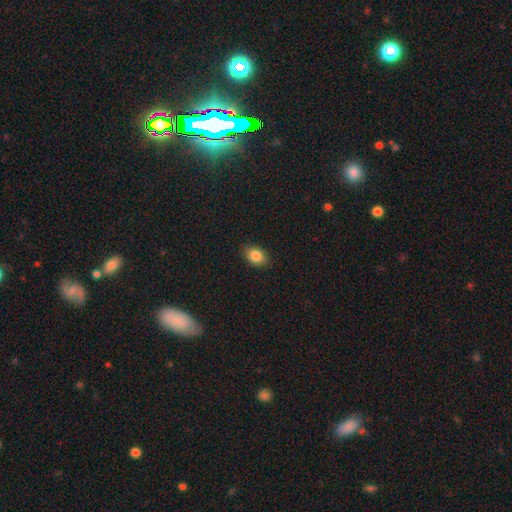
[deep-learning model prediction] A smooth galaxy with no disk features (86%) that is in between round and cigar-shaped (78%).

Vote fractions:
- Smooth or featured? smooth: 86% / star or artifact: 9% / featured or disk: 6%
- How rounded? in between: 78% / round: 20% / cigar-shaped: 1%
- Merging? none: 88% / minor disturbance: 9% / major disturbance: 2% / merger: 1%